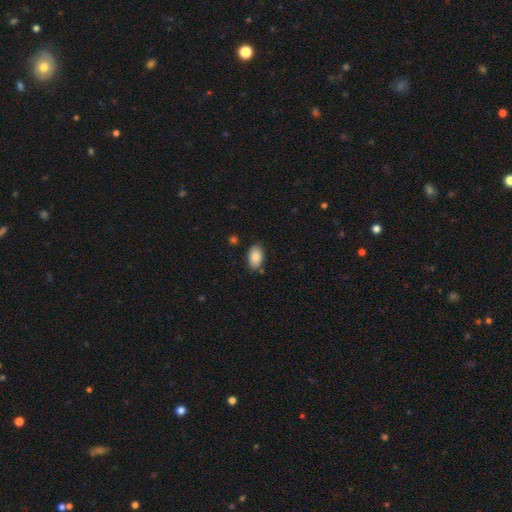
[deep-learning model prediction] Smooth or featured?
  - smooth: 86% *
  - featured or disk: 7%
  - star or artifact: 7%
How rounded?
  - in between: 92% *
  - round: 7%
  - cigar-shaped: 1%
Merging?
  - none: 82% *
  - minor disturbance: 13%
  - merger: 3%
  - major disturbance: 3%